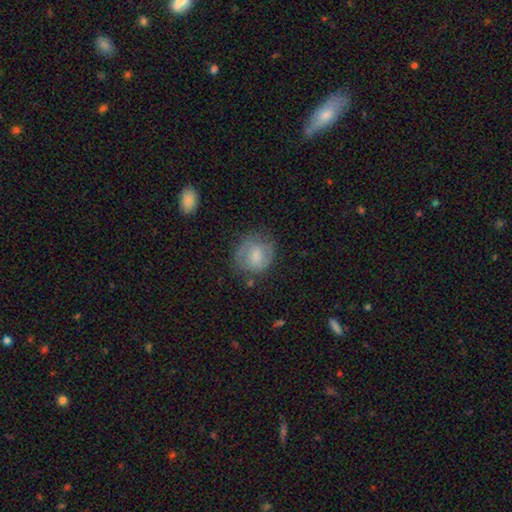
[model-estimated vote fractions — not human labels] Smooth or featured? smooth (54%)
How rounded? round (72%)
Merging? none (62%)